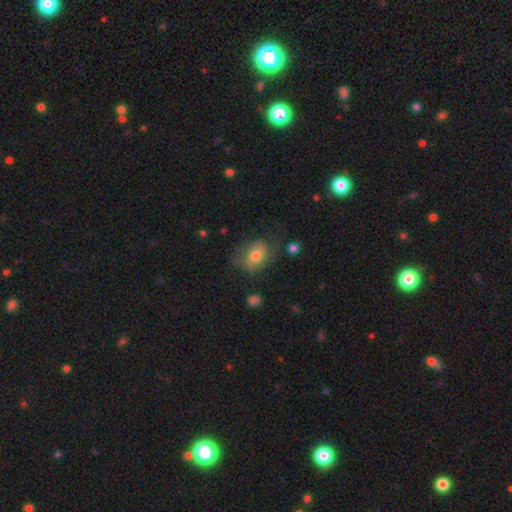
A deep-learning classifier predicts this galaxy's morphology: A smooth galaxy with no disk features (63%) that is in between round and cigar-shaped (69%). Merging: none (51%).